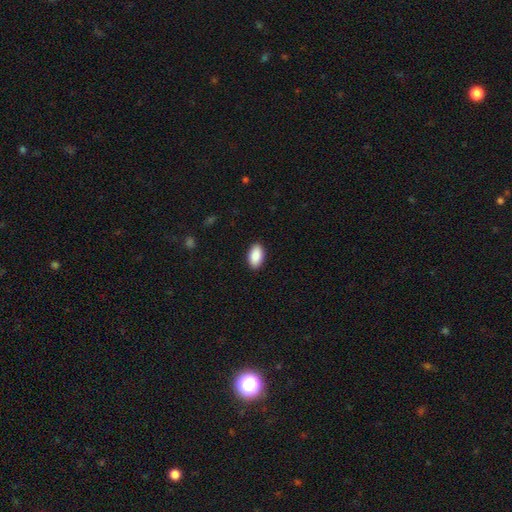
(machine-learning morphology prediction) The model was most divided on "smooth or featured": smooth: 89%, star or artifact: 6%, featured or disk: 4%. More confident: how rounded — in between (94%); merging — none (90%).